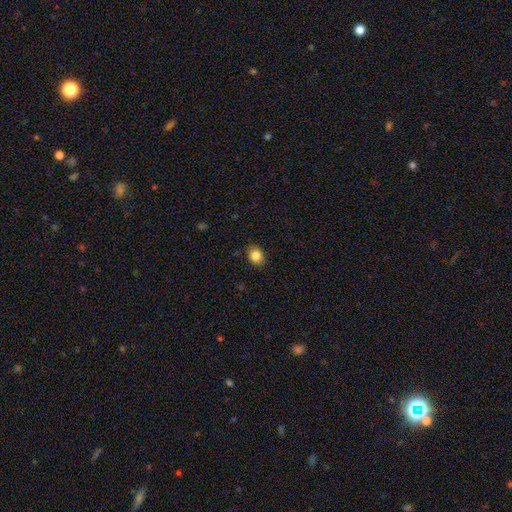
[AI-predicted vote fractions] Smooth or featured? smooth (85%)
How rounded? round (51%)
Merging? none (86%)